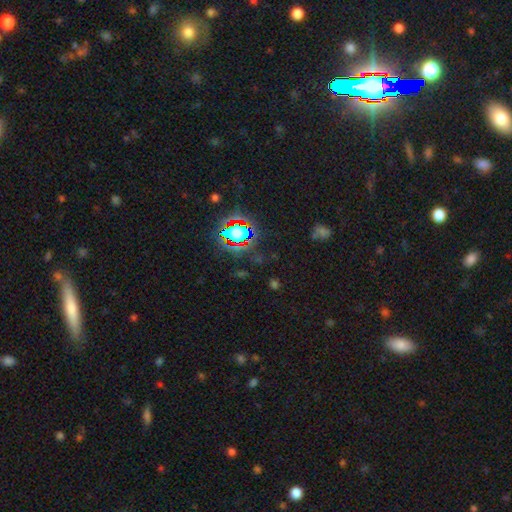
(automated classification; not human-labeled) star or artifact 78%, smooth 14%, featured or disk 8%.